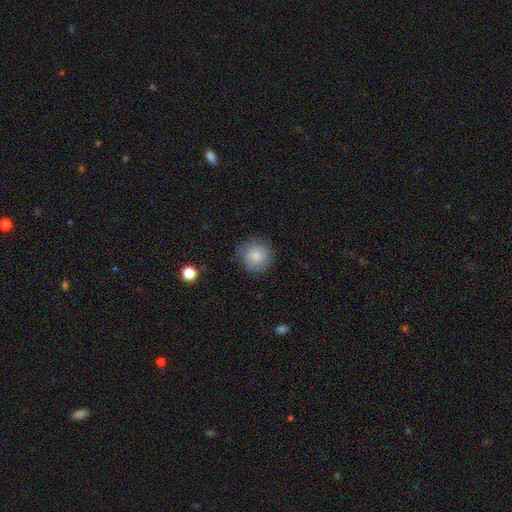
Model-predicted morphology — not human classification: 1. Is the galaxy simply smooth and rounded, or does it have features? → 80% smooth, 12% featured or disk, 8% star or artifact.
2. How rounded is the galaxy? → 93% round, 6% in between, 1% cigar-shaped.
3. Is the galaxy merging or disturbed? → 75% none, 18% minor disturbance, 5% major disturbance, 1% merger.